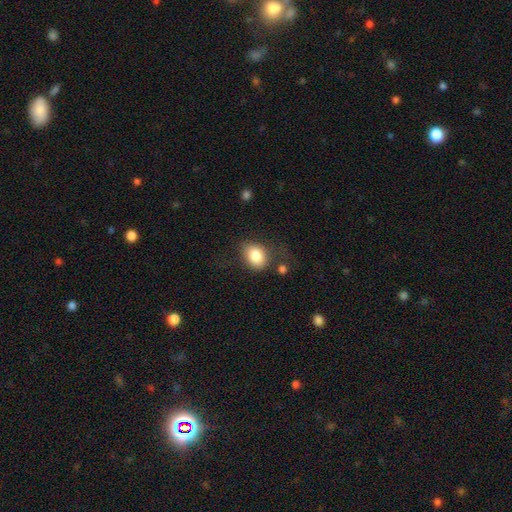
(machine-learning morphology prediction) Smooth or featured? smooth (83%)
How rounded? in between (59%)
Merging? none (62%)